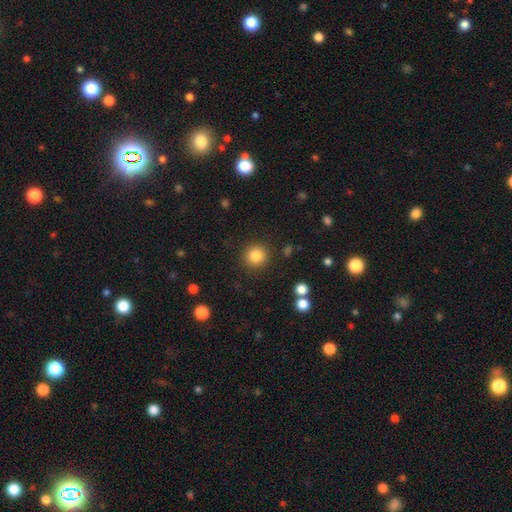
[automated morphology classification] smooth_or_featured: smooth (p=0.84) [alt: star or artifact p=0.11]
how_rounded: round (p=0.92) [alt: in between p=0.07]
merging: none (p=0.90) [alt: minor disturbance p=0.06]